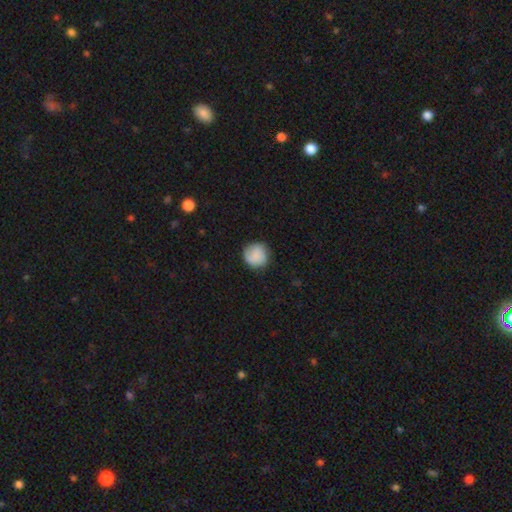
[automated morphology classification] Q: Smooth or featured?
A: smooth (82%); runner-up: featured or disk (11%)
Q: How rounded?
A: round (91%); runner-up: in between (8%)
Q: Merging?
A: none (82%); runner-up: minor disturbance (13%)